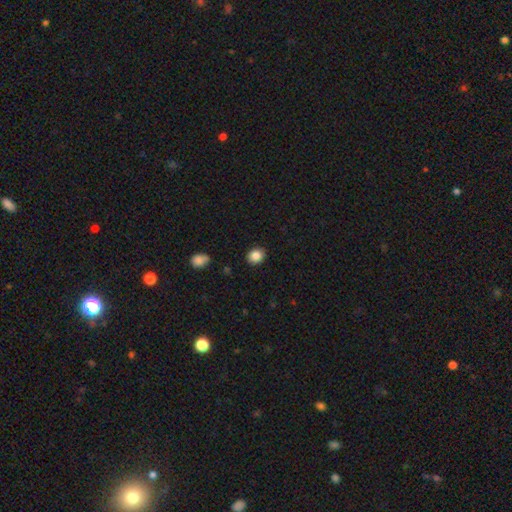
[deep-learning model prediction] Q: Smooth or featured?
A: smooth (86%); runner-up: star or artifact (9%)
Q: How rounded?
A: round (67%); runner-up: in between (33%)
Q: Merging?
A: none (90%); runner-up: minor disturbance (7%)